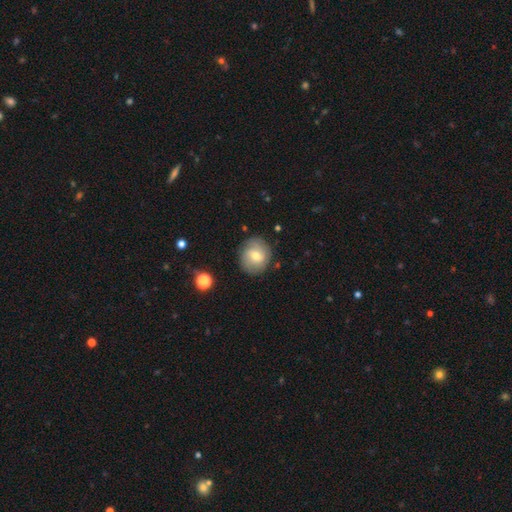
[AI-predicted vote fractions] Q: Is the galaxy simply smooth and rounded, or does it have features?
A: smooth — 55%.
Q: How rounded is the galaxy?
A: round — 80%.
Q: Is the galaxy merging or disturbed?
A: none — 82%.